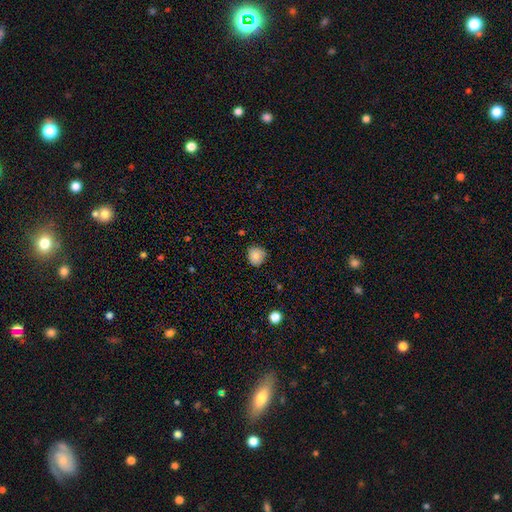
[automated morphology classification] This is clearly a smooth galaxy (85%). How rounded: clearly round (87%). Merging: likely none (79%).